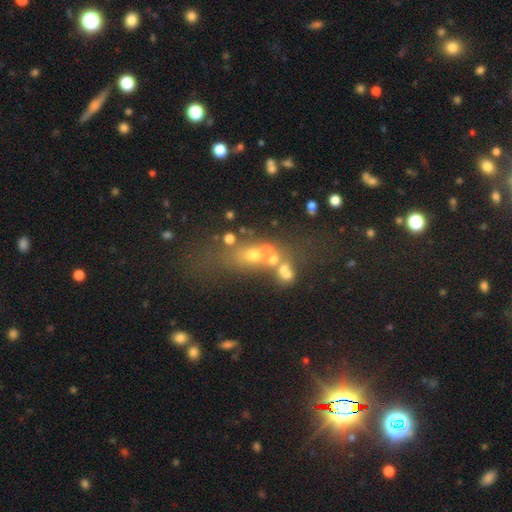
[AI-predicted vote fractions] Q: Smooth or featured?
A: smooth (39%); runner-up: featured or disk (31%)
Q: Merging?
A: merger (44%); runner-up: none (32%)